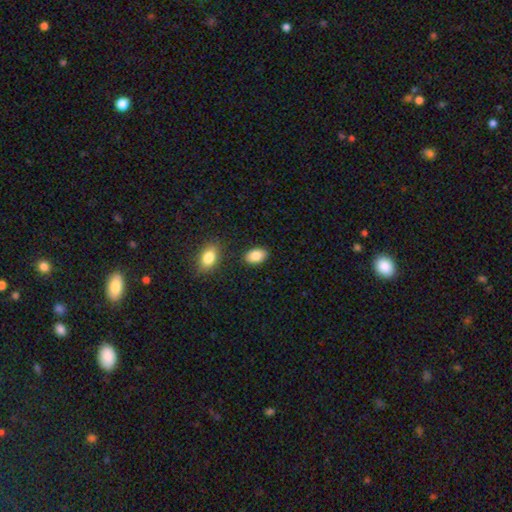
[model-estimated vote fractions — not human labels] The model was most divided on "merging": none: 86%, minor disturbance: 9%, merger: 3%, major disturbance: 2%. More confident: how rounded — in between (89%); smooth or featured — smooth (85%).